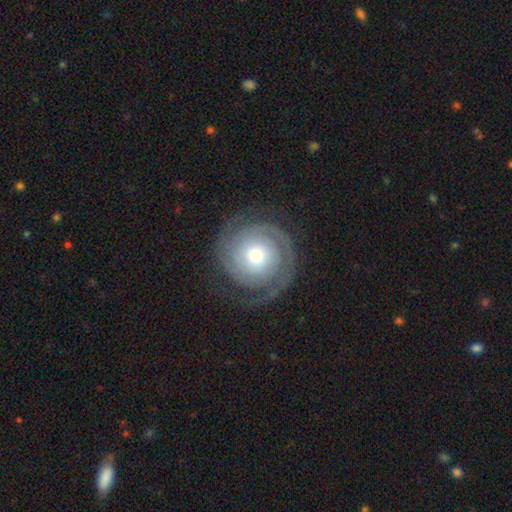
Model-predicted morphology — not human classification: smooth-or-featured: featured or disk: 85% | smooth: 10% | star or artifact: 5%
  disk-edge-on: no: 98% | yes: 2%
    bar: no: 77% | weak: 17% | strong: 6%
    has-spiral-arms: yes: 97% | no: 3%
      spiral-winding: tight: 75% | medium: 20% | loose: 5%
      spiral-arm-count: 2: 75% | can't tell: 9% | 3: 7% | 1: 4% | 4: 3% | more than 4: 3%
    bulge-size: moderate: 57% | small: 32% | large: 8% | dominant: 2% | none: 1%
  merging: none: 80% | minor disturbance: 11% | major disturbance: 7% | merger: 1%